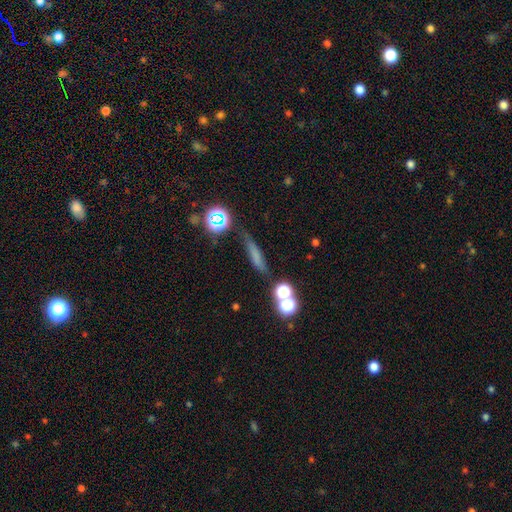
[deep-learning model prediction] A smooth galaxy with no disk features (61%) that is cigar-shaped (79%). Merging: none (69%).